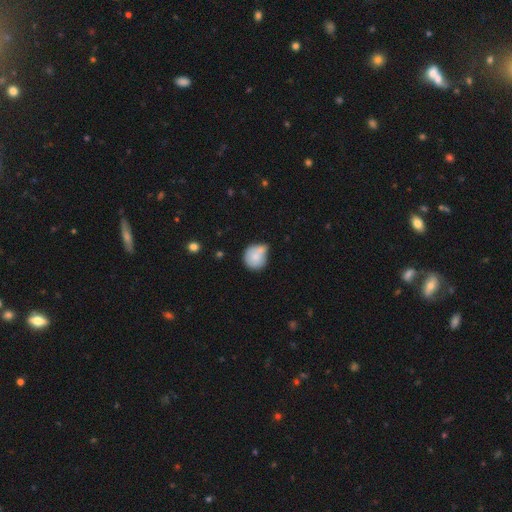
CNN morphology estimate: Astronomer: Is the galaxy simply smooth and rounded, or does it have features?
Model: smooth — 78%.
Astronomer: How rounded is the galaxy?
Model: round — 83%.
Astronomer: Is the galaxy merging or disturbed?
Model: none — 40% (runner-up: merger, 27%).